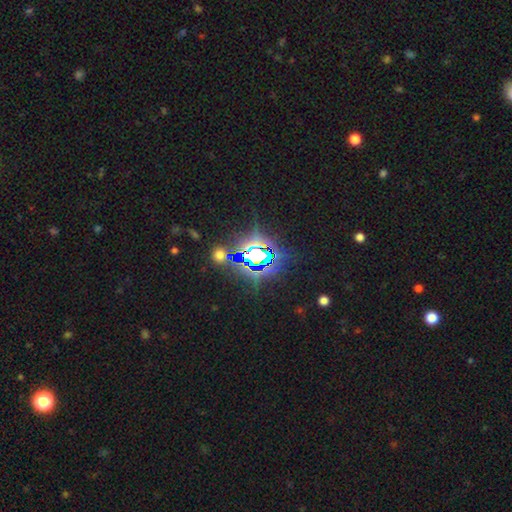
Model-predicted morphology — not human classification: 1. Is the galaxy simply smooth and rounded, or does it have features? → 79% star or artifact, 12% smooth, 9% featured or disk.